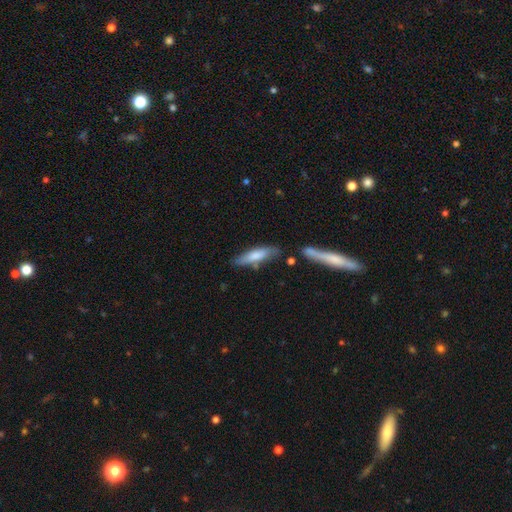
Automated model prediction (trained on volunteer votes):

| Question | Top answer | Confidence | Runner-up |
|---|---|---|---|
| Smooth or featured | smooth | 72% | featured or disk (23%) |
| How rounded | cigar-shaped | 70% | in between (28%) |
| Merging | none | 69% | minor disturbance (18%) |